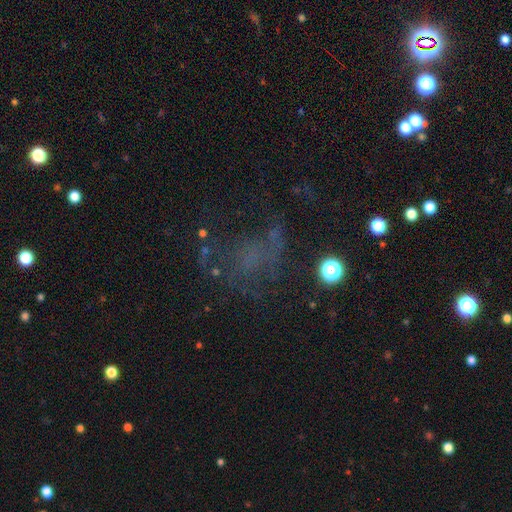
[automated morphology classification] The model was most divided on "smooth or featured": featured or disk: 39%, star or artifact: 31%, smooth: 30%. Remaining: merging — none (45%).